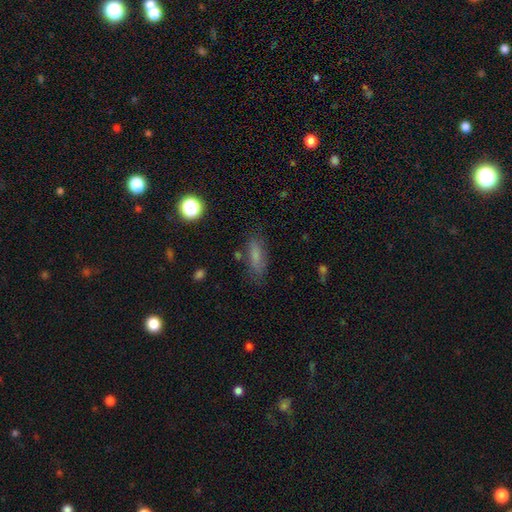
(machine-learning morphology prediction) Smooth or featured: smooth — 71% (featured or disk — 16%)
How rounded: in between — 54% (cigar-shaped — 41%)
Merging: none — 76% (minor disturbance — 16%)